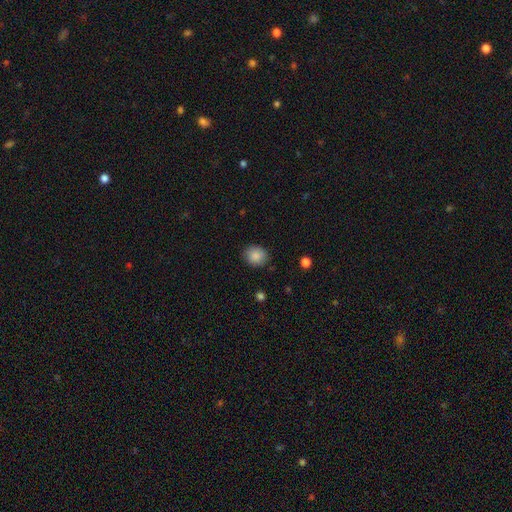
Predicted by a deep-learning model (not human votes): smooth_or_featured: smooth (p=0.87) [alt: star or artifact p=0.08]
how_rounded: round (p=0.66) [alt: in between p=0.33]
merging: none (p=0.85) [alt: minor disturbance p=0.11]